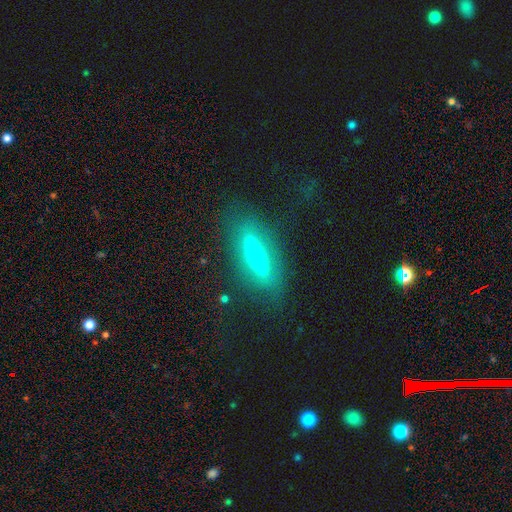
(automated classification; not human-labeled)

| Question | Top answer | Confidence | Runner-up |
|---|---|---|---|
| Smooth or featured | featured or disk | 57% | smooth (35%) |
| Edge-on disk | no | 58% | yes (42%) |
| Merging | none | 76% | minor disturbance (14%) |